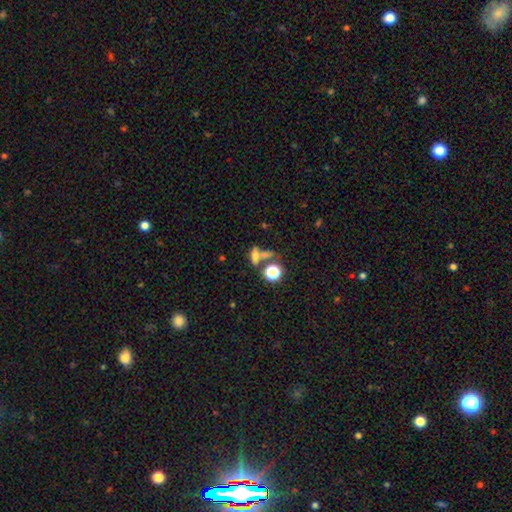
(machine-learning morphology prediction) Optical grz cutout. It shows a smooth galaxy with no disk features (56%) that is in between round and cigar-shaped (45%). Merging: none (47%).